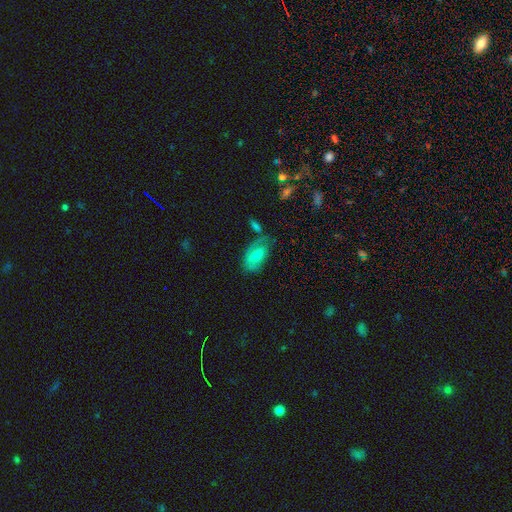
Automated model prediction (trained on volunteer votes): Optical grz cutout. It shows a smooth galaxy with no disk features (47%). Merging: none (67%).